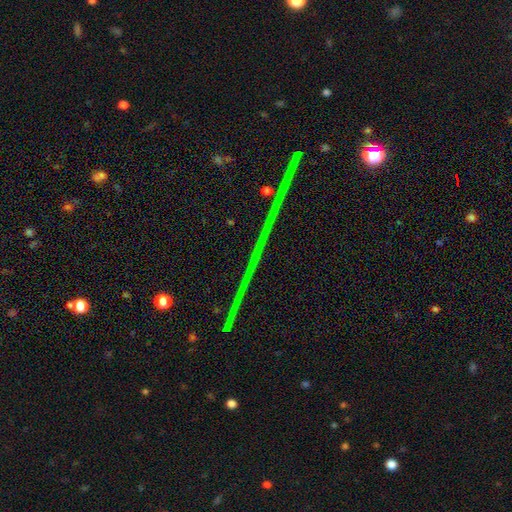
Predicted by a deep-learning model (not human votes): smooth_or_featured: star or artifact (p=0.76) [alt: featured or disk p=0.16]